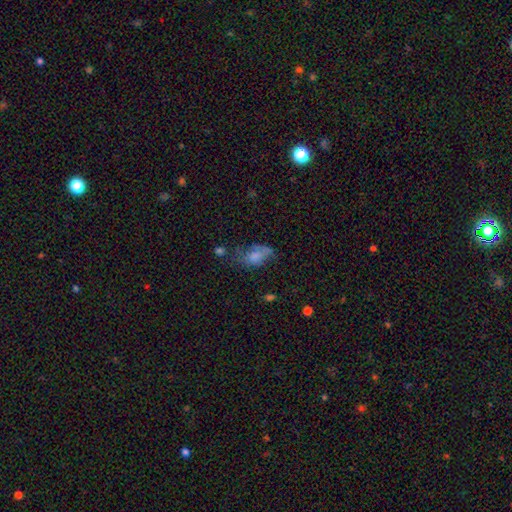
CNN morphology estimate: Smooth or featured? Predicted: smooth (p=0.63). How rounded? Predicted: in between (p=0.86). Merging? Predicted: major disturbance (p=0.32).